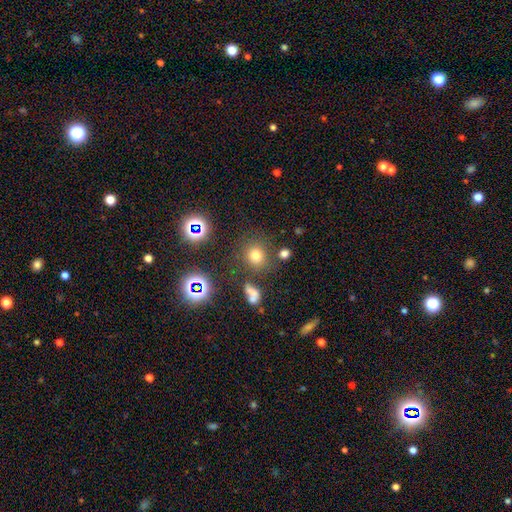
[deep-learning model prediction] This is likely a smooth galaxy (70%). How rounded: clearly round (83%). Merging: likely none (78%).